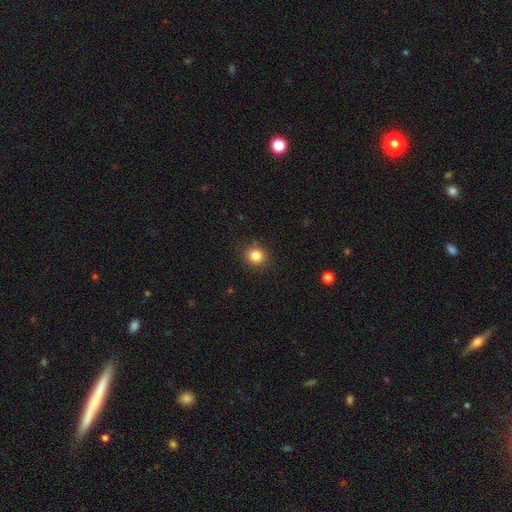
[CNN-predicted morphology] The model was most divided on "smooth or featured": smooth: 84%, star or artifact: 11%, featured or disk: 5%. More confident: merging — none (89%); how rounded — round (86%).